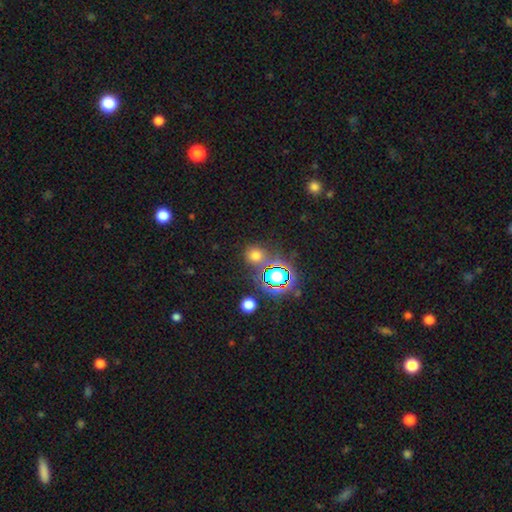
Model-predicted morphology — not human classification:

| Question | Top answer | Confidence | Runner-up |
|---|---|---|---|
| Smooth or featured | smooth | 60% | star or artifact (33%) |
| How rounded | round | 83% | in between (15%) |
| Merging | none | 76% | minor disturbance (10%) |